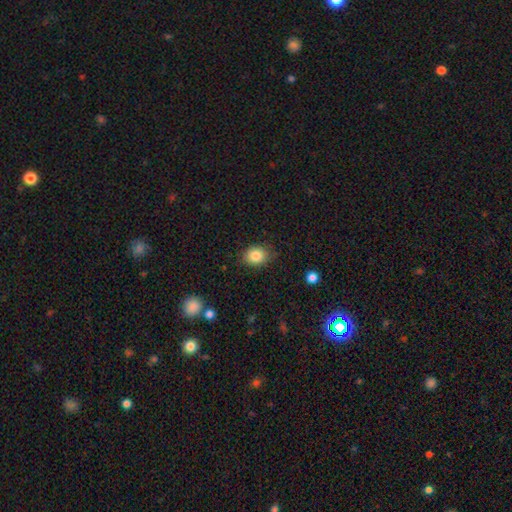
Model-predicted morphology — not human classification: The model was most divided on "how rounded": round: 53%, in between: 46%, cigar-shaped: 1%. More confident: smooth or featured — smooth (84%); merging — none (80%).